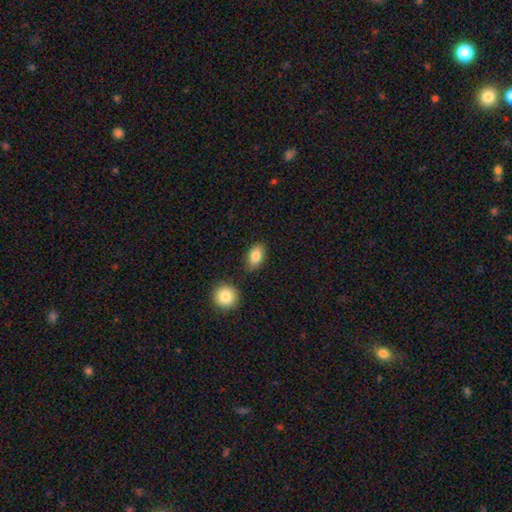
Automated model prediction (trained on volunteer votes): Morphology: type=smooth (84%); roundness=in between (89%); merging=none (82%).